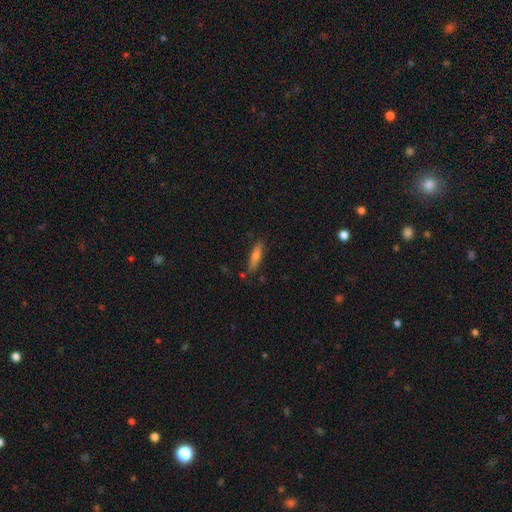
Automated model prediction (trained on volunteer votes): smooth 56%, featured or disk 35%, star or artifact 9%. Down the decision tree: how rounded — cigar-shaped (80%); merging — none (82%).